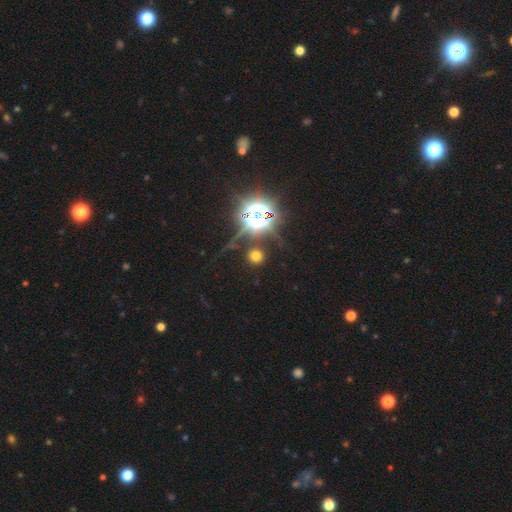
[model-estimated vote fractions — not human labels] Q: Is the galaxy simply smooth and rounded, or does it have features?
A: smooth — 52%.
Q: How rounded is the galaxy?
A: round — 91%.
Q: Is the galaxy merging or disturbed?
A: none — 84%.